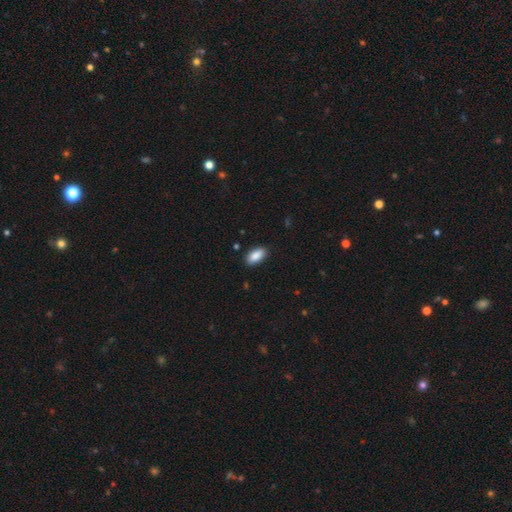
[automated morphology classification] Q: Smooth or featured?
A: smooth (89%); runner-up: star or artifact (7%)
Q: How rounded?
A: in between (92%); runner-up: cigar-shaped (5%)
Q: Merging?
A: none (88%); runner-up: minor disturbance (9%)